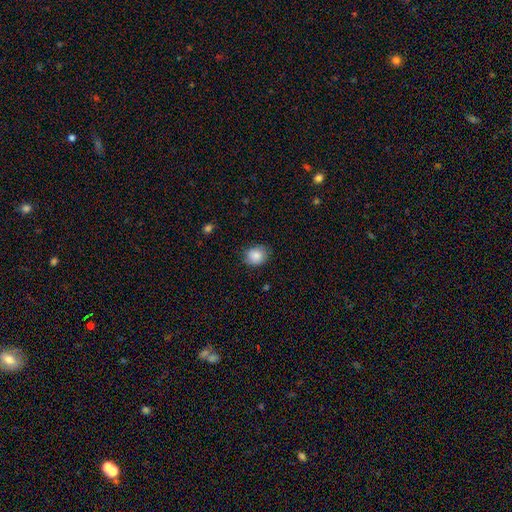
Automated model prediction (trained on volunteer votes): Smooth or featured: smooth — 86% (star or artifact — 8%)
How rounded: round — 70% (in between — 29%)
Merging: none — 78% (minor disturbance — 17%)